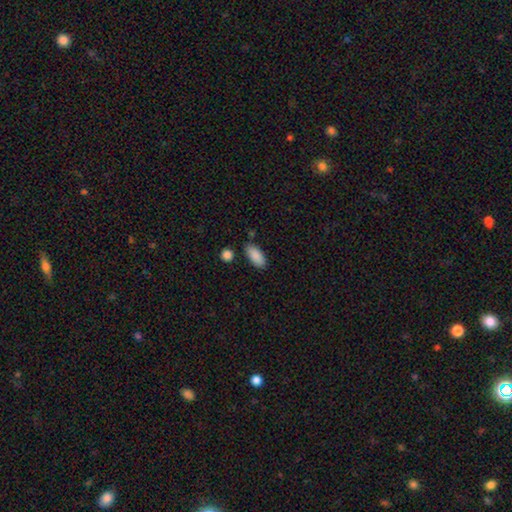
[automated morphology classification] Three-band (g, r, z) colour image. It shows a smooth galaxy with no disk features (89%) that is in between round and cigar-shaped (89%). Merging: none (81%).